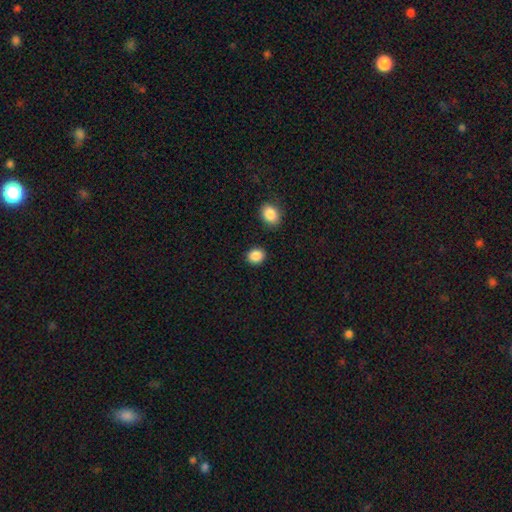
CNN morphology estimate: This is clearly a smooth galaxy (89%). How rounded: likely round (66%). Merging: clearly none (88%).